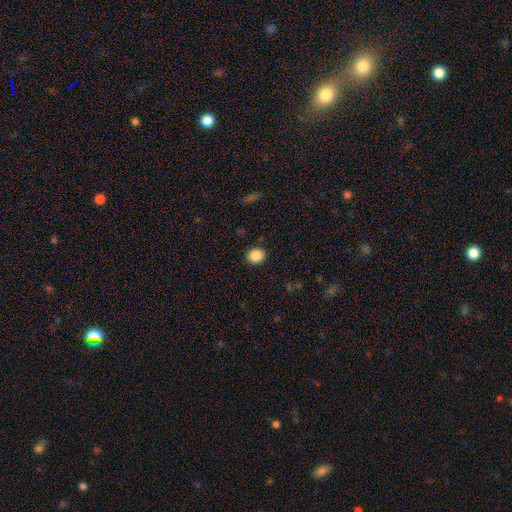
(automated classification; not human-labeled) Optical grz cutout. It shows a smooth galaxy with no disk features (87%) that is round (71%). Merging: none (90%).